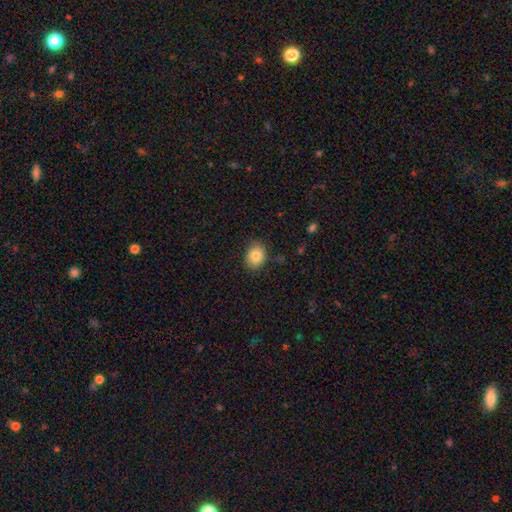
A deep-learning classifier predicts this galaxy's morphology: smooth-or-featured: smooth: 82% | featured or disk: 9% | star or artifact: 9%
  how-rounded: in between: 50% (tied) | round: 50% (tied) | cigar-shaped: 1%
  merging: none: 85% | minor disturbance: 12% | major disturbance: 2% | merger: 1%